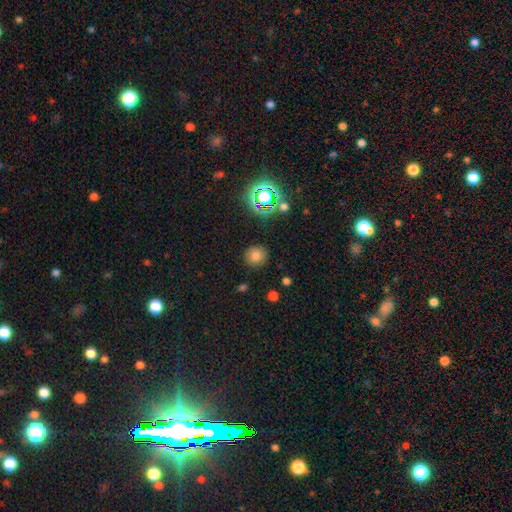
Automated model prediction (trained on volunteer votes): Q: Smooth or featured?
A: smooth (75%); runner-up: star or artifact (18%)
Q: How rounded?
A: round (88%); runner-up: in between (11%)
Q: Merging?
A: none (86%); runner-up: minor disturbance (9%)